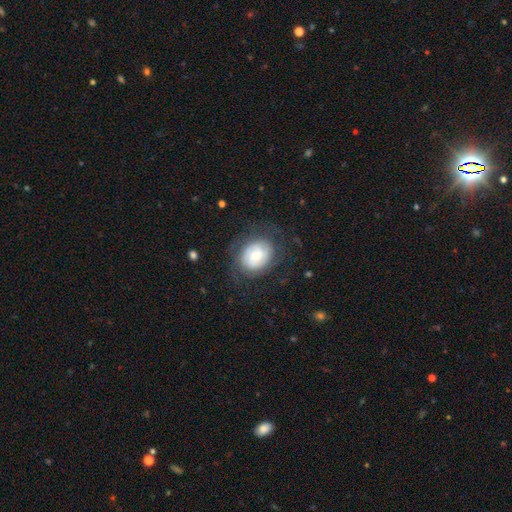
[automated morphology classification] smooth_or_featured: featured or disk (p=0.54) [alt: smooth p=0.37]
disk_edge_on: no (p=0.97) [alt: yes p=0.03]
bar: no (p=0.68) [alt: weak p=0.26]
has_spiral_arms: yes (p=0.81) [alt: no p=0.19]
bulge_size: small (p=0.39) [alt: moderate p=0.36]
merging: none (p=0.67) [alt: minor disturbance p=0.17]